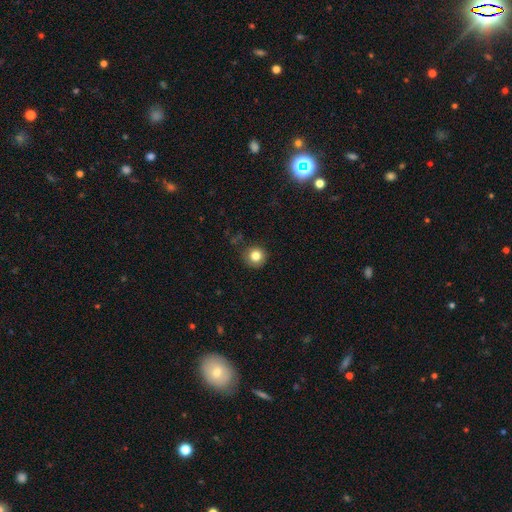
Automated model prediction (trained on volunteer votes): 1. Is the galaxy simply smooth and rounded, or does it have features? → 82% smooth, 11% star or artifact, 7% featured or disk.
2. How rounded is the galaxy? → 94% round, 5% in between, 1% cigar-shaped.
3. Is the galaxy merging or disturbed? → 84% none, 11% minor disturbance, 3% major disturbance, 2% merger.